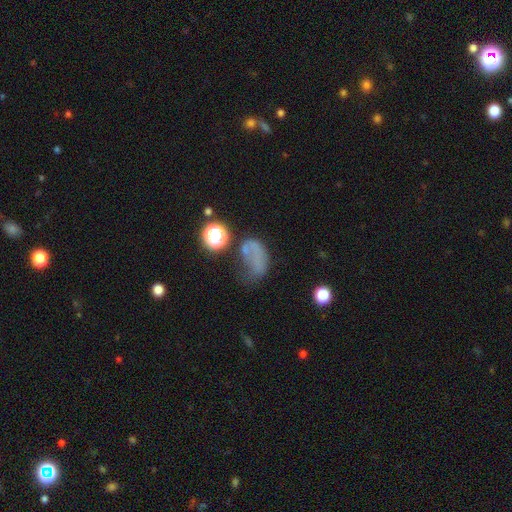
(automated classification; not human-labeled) Q: Smooth or featured?
A: smooth (44%); runner-up: featured or disk (29%)
Q: Merging?
A: major disturbance (41%); runner-up: none (29%)